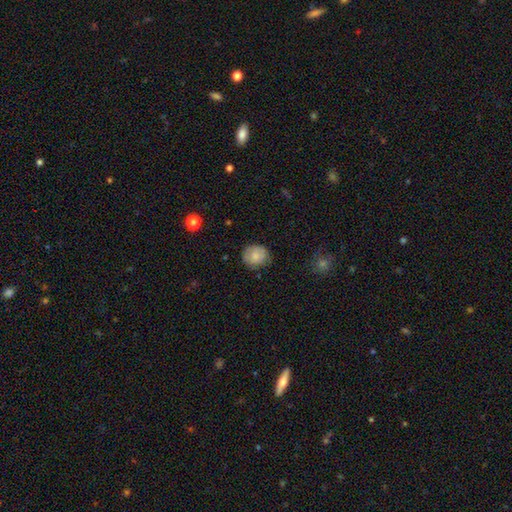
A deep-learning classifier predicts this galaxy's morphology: A smooth galaxy with no disk features (78%) that is round (80%).

Vote fractions:
- Smooth or featured? smooth: 78% / featured or disk: 14% / star or artifact: 8%
- How rounded? round: 80% / in between: 19% / cigar-shaped: 1%
- Merging? none: 78% / minor disturbance: 17% / major disturbance: 4% / merger: 1%